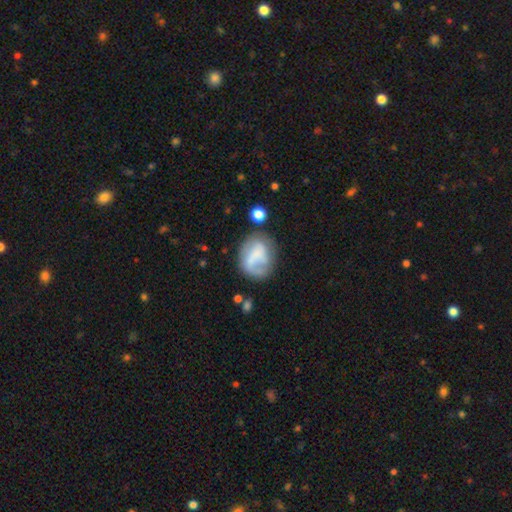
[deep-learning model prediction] A smooth galaxy with no disk features (53%) that is round (56%).

Vote fractions:
- Smooth or featured? smooth: 53% / featured or disk: 39% / star or artifact: 9%
- How rounded? round: 56% / in between: 43% / cigar-shaped: 1%
- Merging? none: 48% / minor disturbance: 24% / major disturbance: 21% / merger: 7%